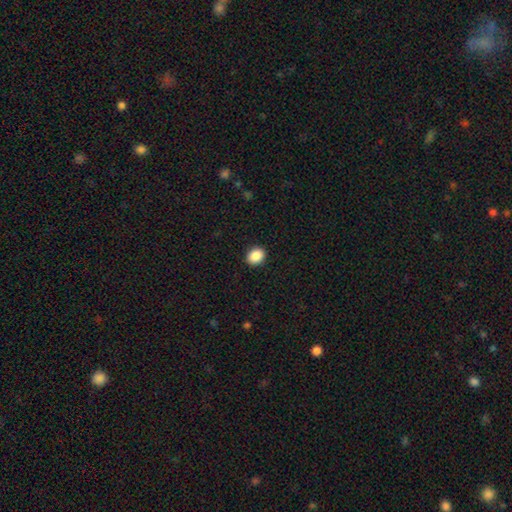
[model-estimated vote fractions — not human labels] Smooth or featured? Predicted: smooth (p=0.89). How rounded? Predicted: in between (p=0.50). Merging? Predicted: none (p=0.91).